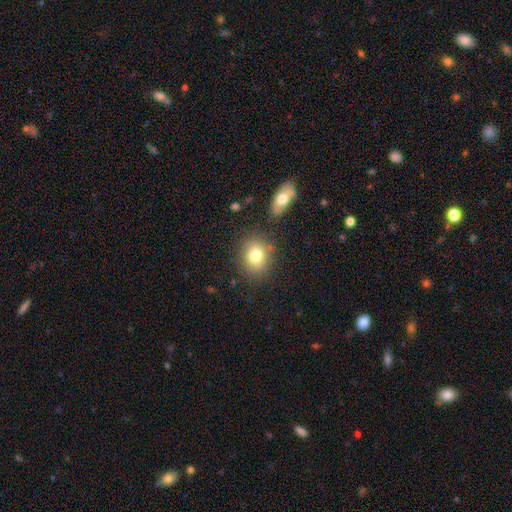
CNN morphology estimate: Overall: smooth (79%). How rounded: round (63%; in between 36%). Merging: none (78%).